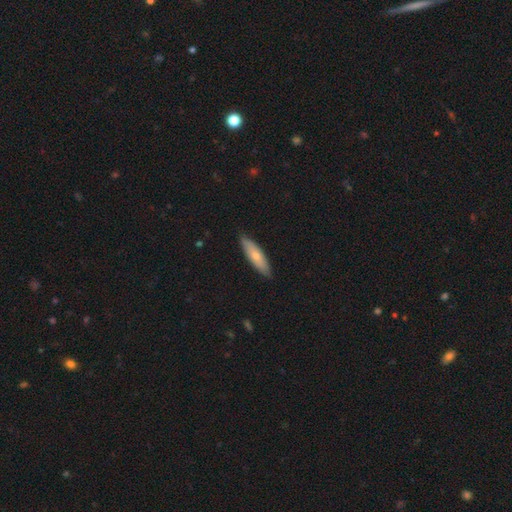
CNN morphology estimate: Smooth or featured? smooth (65%)
How rounded? cigar-shaped (63%)
Merging? none (87%)